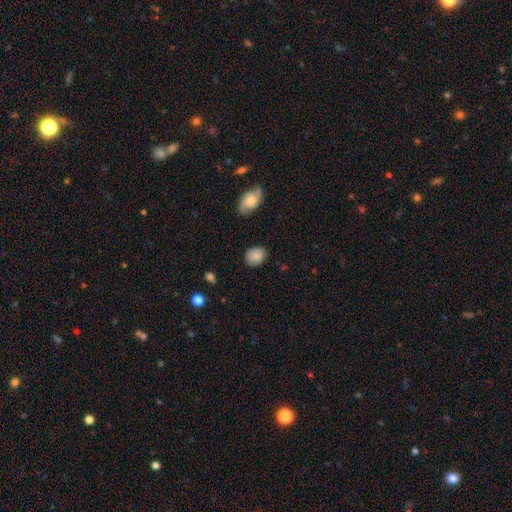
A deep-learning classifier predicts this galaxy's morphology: smooth 83%, featured or disk 9%, star or artifact 8%. Down the decision tree: how rounded — in between (52%); merging — none (82%).